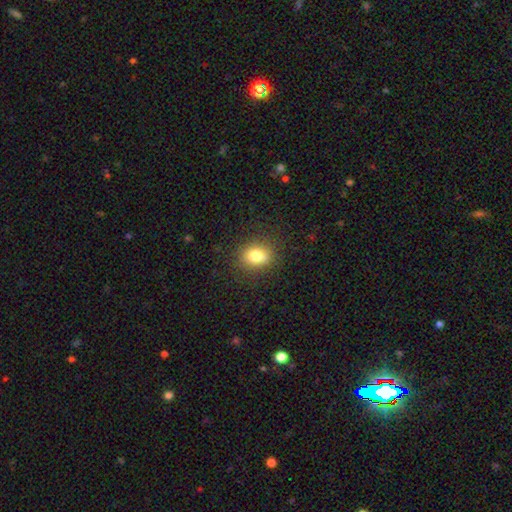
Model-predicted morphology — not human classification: Smooth or featured: smooth — 79% (star or artifact — 12%)
How rounded: round — 52% (in between — 47%)
Merging: none — 83% (minor disturbance — 12%)